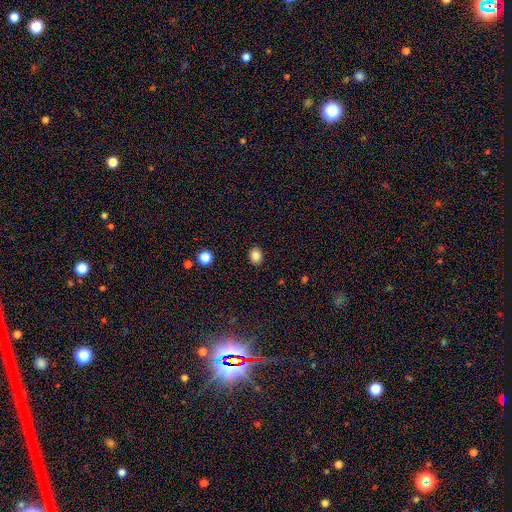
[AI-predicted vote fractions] Q: Smooth or featured?
A: smooth (84%); runner-up: star or artifact (11%)
Q: How rounded?
A: round (51%); runner-up: in between (48%)
Q: Merging?
A: none (89%); runner-up: minor disturbance (8%)